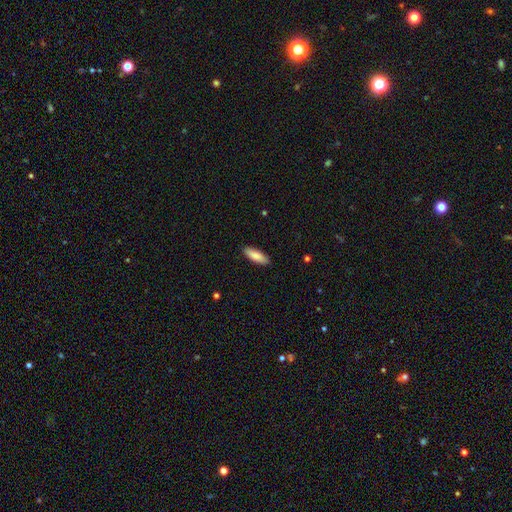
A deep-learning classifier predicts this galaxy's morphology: smooth_or_featured: smooth (p=0.86) [alt: featured or disk p=0.08]
how_rounded: in between (p=0.58) [alt: cigar-shaped p=0.40]
merging: none (p=0.90) [alt: minor disturbance p=0.08]